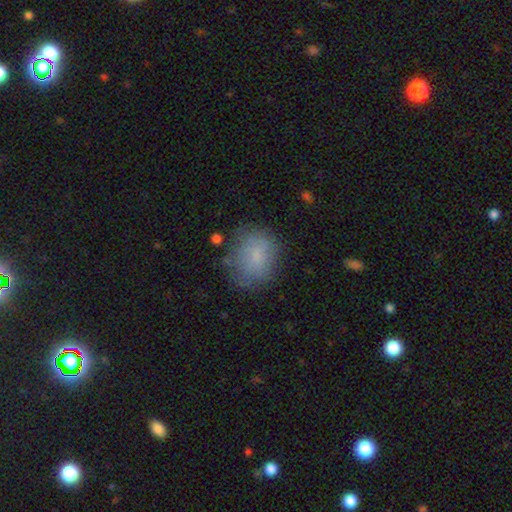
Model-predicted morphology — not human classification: This appears to be a smooth galaxy with no disk features (76%) that is round (54%). Merging: none (68%).